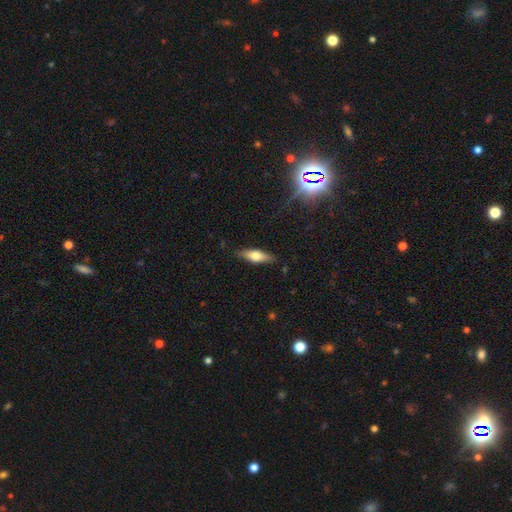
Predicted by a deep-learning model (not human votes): A smooth galaxy with no disk features (55%) that is cigar-shaped (50%).

Vote fractions:
- Smooth or featured? smooth: 55% / featured or disk: 38% / star or artifact: 7%
- How rounded? cigar-shaped: 50% / in between: 47% / round: 3%
- Merging? none: 85% / minor disturbance: 11% / major disturbance: 2% / merger: 1%